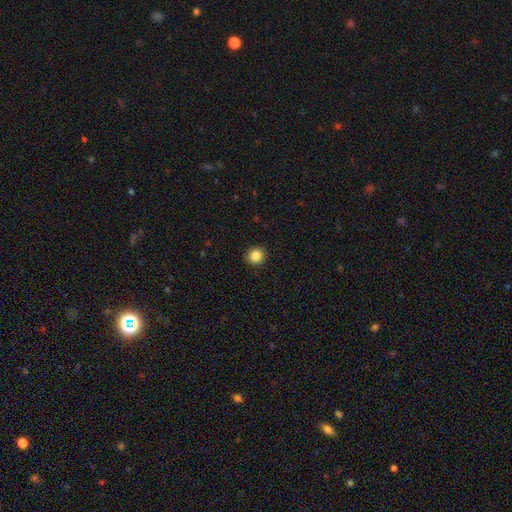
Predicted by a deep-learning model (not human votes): Overall: smooth (86%). How rounded: round (90%). Merging: none (92%).